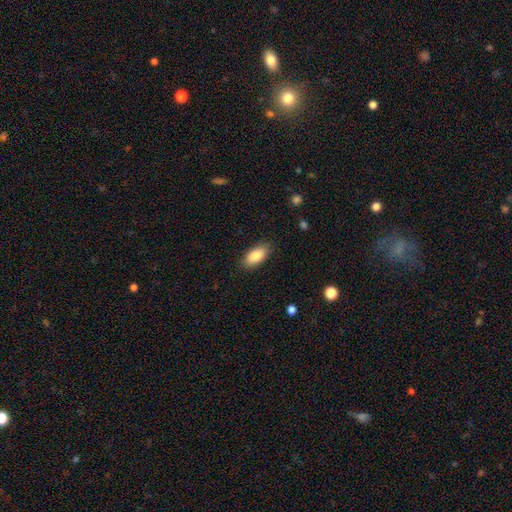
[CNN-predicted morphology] The model was most divided on "smooth or featured": smooth: 84%, featured or disk: 10%, star or artifact: 7%. More confident: how rounded — in between (90%); merging — none (86%).